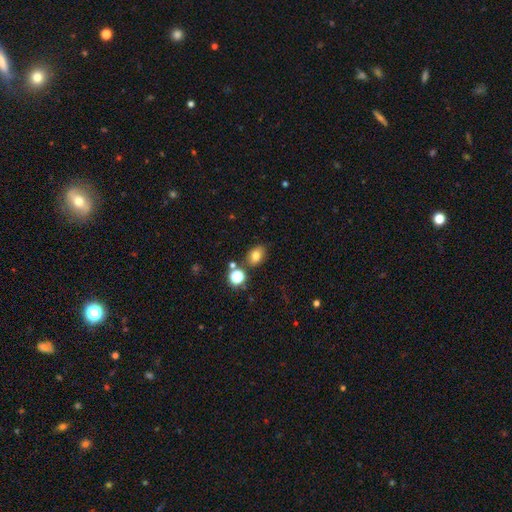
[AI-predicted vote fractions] Morphology: type=smooth (77%); roundness=in between (67%); merging=none (77%).